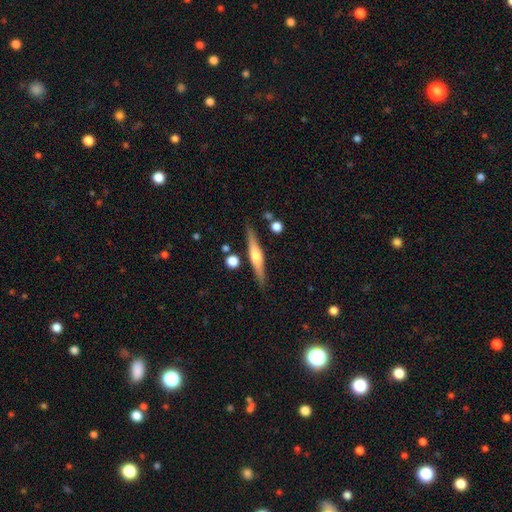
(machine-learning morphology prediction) featured or disk 64%, smooth 30%, star or artifact 6%. Down the decision tree: edge-on disk — yes (96%); edge-on bulge — rounded (85%); merging — none (85%).